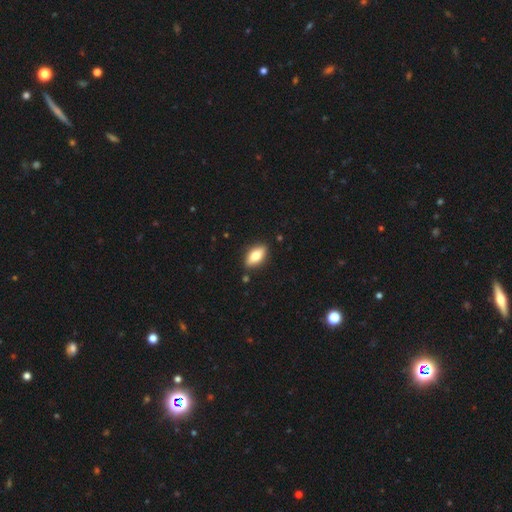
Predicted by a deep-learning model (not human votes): A smooth galaxy with no disk features (69%) that is in between round and cigar-shaped (84%).

Vote fractions:
- Smooth or featured? smooth: 69% / featured or disk: 24% / star or artifact: 7%
- How rounded? in between: 84% / cigar-shaped: 12% / round: 4%
- Merging? none: 86% / minor disturbance: 10% / major disturbance: 2% / merger: 2%